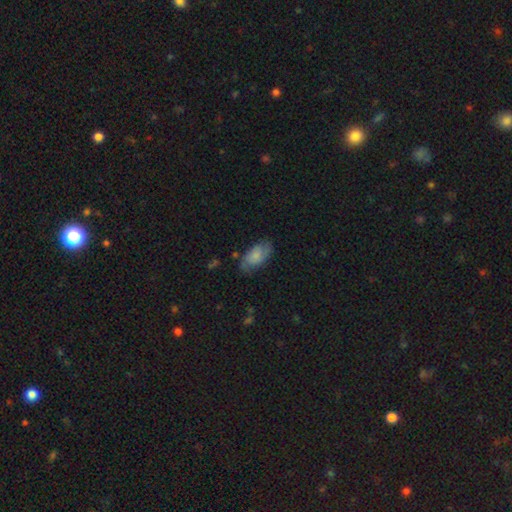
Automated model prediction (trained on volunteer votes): Smooth or featured: smooth — 68% (featured or disk — 25%)
How rounded: in between — 92% (cigar-shaped — 4%)
Merging: none — 66% (minor disturbance — 24%)